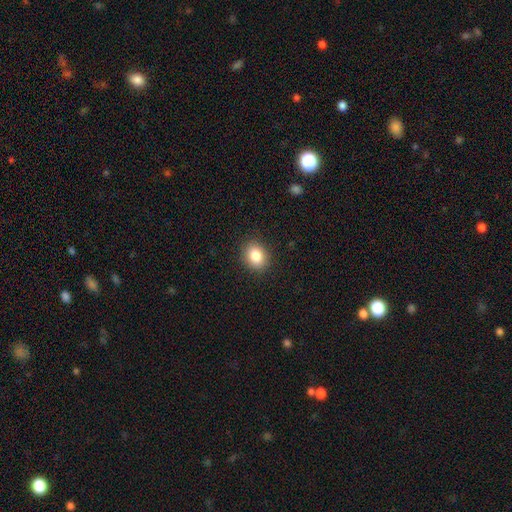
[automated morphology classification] smooth_or_featured: smooth (p=0.84) [alt: star or artifact p=0.09]
how_rounded: in between (p=0.55) [alt: round p=0.44]
merging: none (p=0.89) [alt: minor disturbance p=0.08]